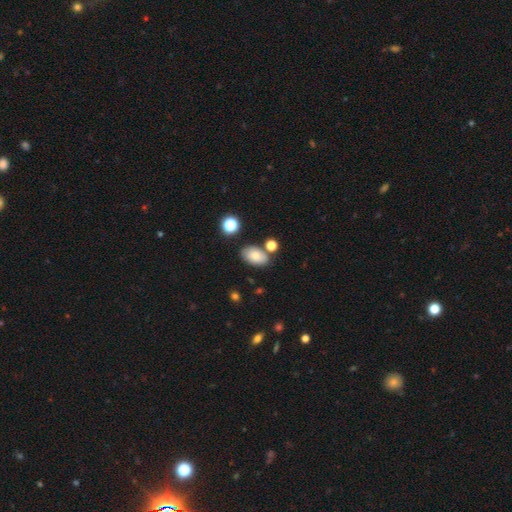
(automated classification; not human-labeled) A smooth galaxy with no disk features (76%) that is in between round and cigar-shaped (90%).

Vote fractions:
- Smooth or featured? smooth: 76% / featured or disk: 14% / star or artifact: 10%
- How rounded? in between: 90% / round: 9% / cigar-shaped: 1%
- Merging? none: 73% / minor disturbance: 14% / merger: 9% / major disturbance: 4%